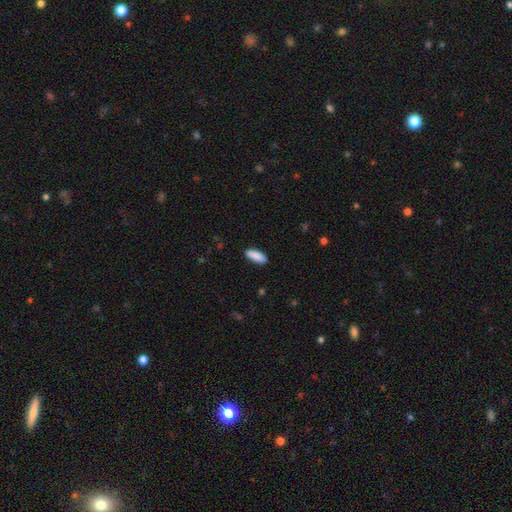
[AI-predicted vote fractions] A smooth galaxy with no disk features (90%) that is in between round and cigar-shaped (73%).

Vote fractions:
- Smooth or featured? smooth: 90% / star or artifact: 6% / featured or disk: 5%
- How rounded? in between: 73% / cigar-shaped: 25% / round: 2%
- Merging? none: 88% / minor disturbance: 9% / major disturbance: 2% / merger: 1%